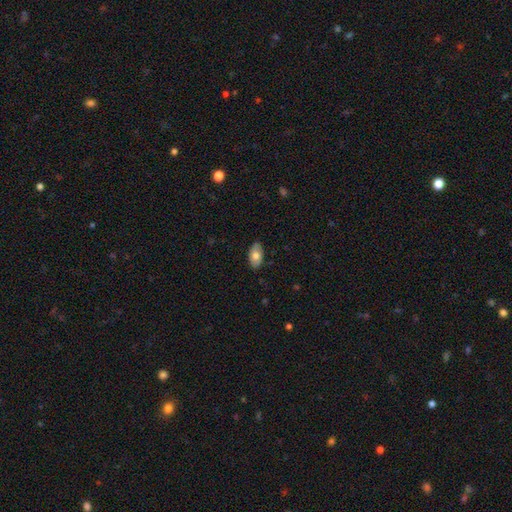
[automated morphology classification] The model was most divided on "smooth or featured": smooth: 70%, featured or disk: 23%, star or artifact: 6%. More confident: how rounded — in between (94%); merging — none (85%).